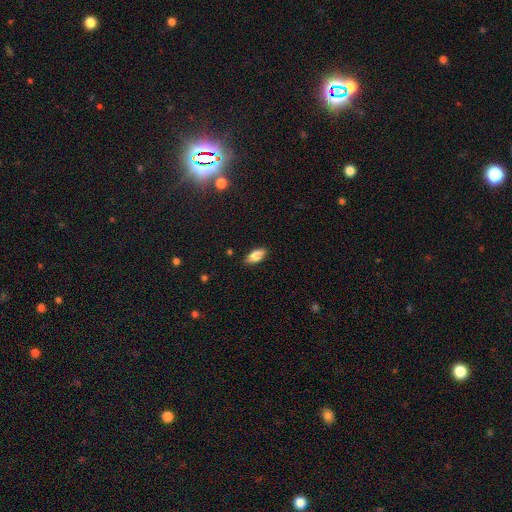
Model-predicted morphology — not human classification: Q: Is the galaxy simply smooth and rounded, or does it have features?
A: smooth — 81%.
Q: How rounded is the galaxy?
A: in between — 87%.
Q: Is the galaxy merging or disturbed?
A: none — 87%.